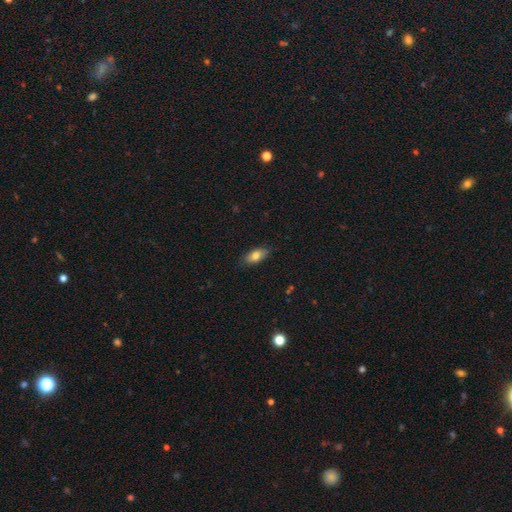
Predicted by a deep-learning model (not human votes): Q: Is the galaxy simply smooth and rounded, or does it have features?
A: smooth — 78%.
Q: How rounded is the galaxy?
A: in between — 87%.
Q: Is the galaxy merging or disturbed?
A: none — 84%.